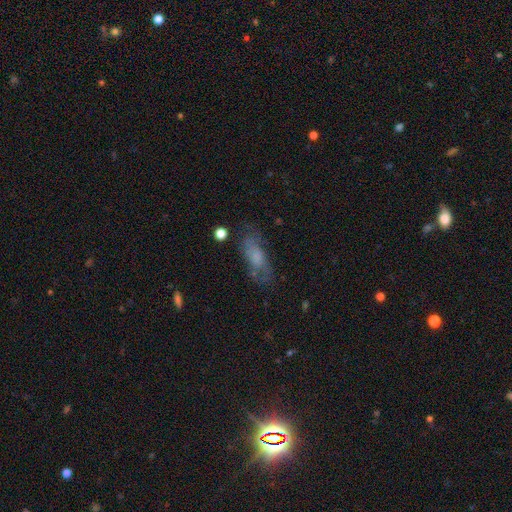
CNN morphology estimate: A smooth galaxy with no disk features (49%).

Vote fractions:
- Smooth or featured? smooth: 49% / featured or disk: 41% / star or artifact: 10%
- Merging? none: 61% / minor disturbance: 22% / major disturbance: 14% / merger: 3%